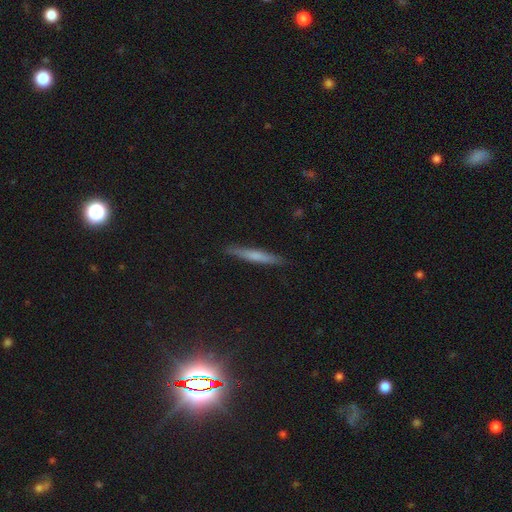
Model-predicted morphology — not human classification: Smooth or featured? smooth (57%)
How rounded? cigar-shaped (95%)
Merging? none (90%)